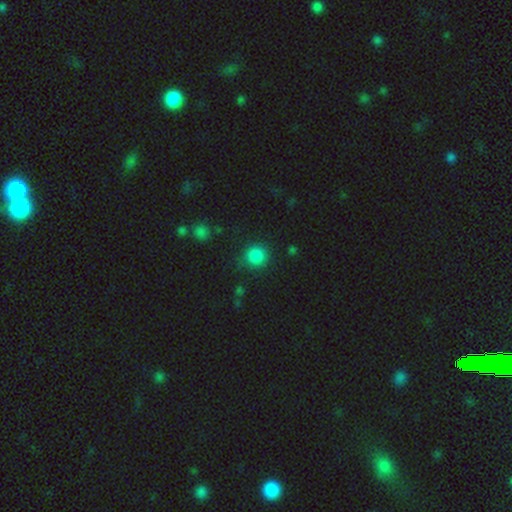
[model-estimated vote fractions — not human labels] Morphology: type=smooth (85%); roundness=round (92%); merging=none (84%).